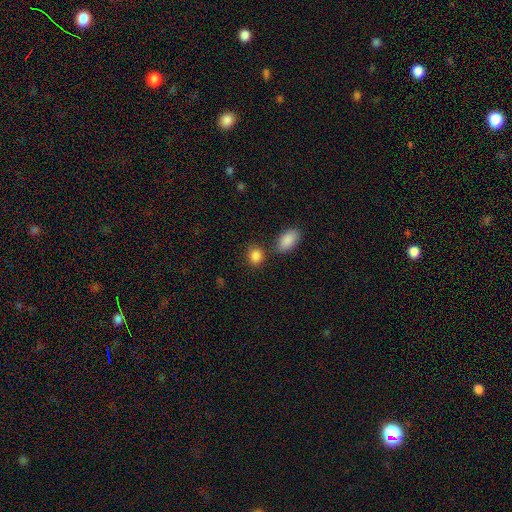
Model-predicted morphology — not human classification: Smooth or featured?
  - smooth: 87% *
  - star or artifact: 8%
  - featured or disk: 4%
How rounded?
  - round: 57% *
  - in between: 41%
  - cigar-shaped: 2%
Merging?
  - none: 70% *
  - merger: 13%
  - minor disturbance: 12%
  - major disturbance: 4%